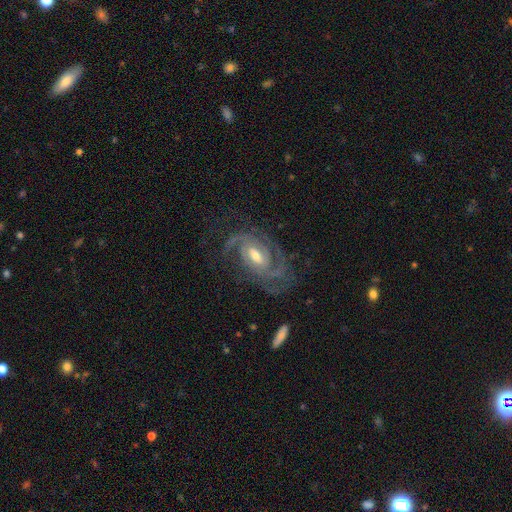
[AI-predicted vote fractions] Morphology: type=featured or disk (91%); edge-on=no (97%); bar=weak (50%); spiral arms=yes (98%); winding=tight (51%); arm count=2 (48%); bulge=moderate (64%); merging=none (71%).